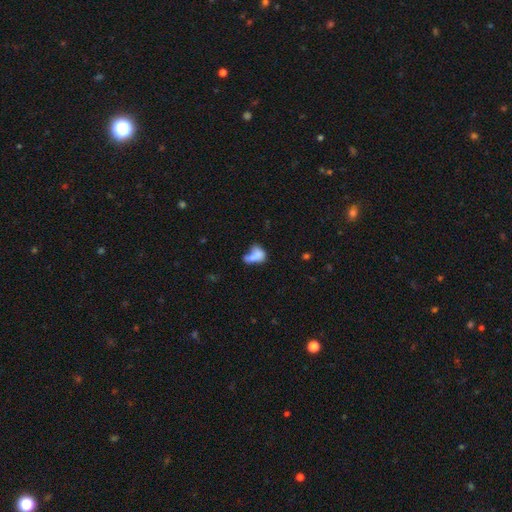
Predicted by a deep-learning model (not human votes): A smooth galaxy with no disk features (69%) that is in between round and cigar-shaped (80%). Merging: merger (50%).